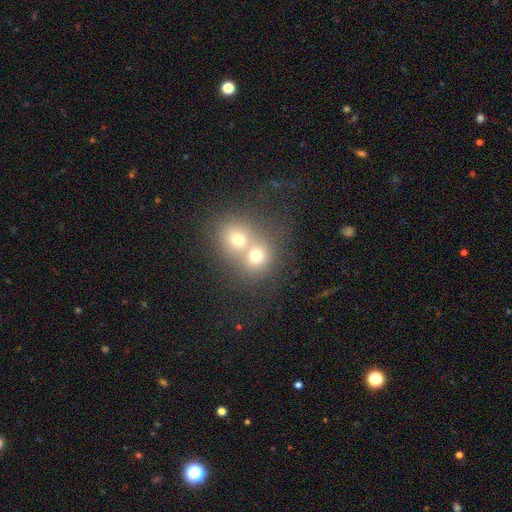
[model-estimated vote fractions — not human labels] Smooth or featured: smooth — 63% (featured or disk — 22%)
How rounded: round — 73% (in between — 26%)
Merging: merger — 71% (none — 21%)